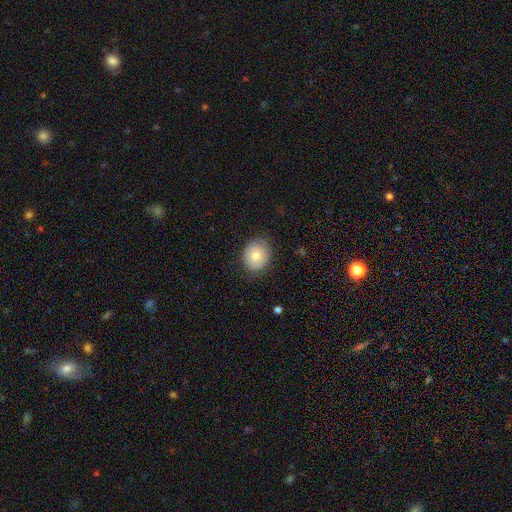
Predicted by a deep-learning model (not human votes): smooth_or_featured: smooth (p=0.74) [alt: featured or disk p=0.17]
how_rounded: round (p=0.67) [alt: in between p=0.32]
merging: none (p=0.81) [alt: minor disturbance p=0.14]